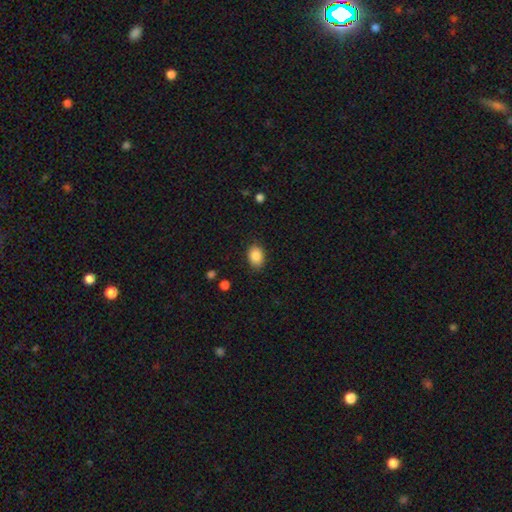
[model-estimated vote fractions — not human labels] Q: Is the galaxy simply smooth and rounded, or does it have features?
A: smooth — 88%.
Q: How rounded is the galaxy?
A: in between — 74%.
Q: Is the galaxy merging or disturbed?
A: none — 85%.